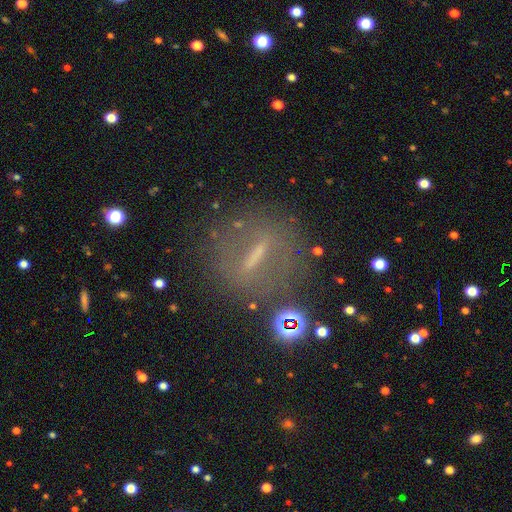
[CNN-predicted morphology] This is possibly a featured or disk galaxy (54%). It is likely not viewed edge-on (62%). Merging: likely none (77%).